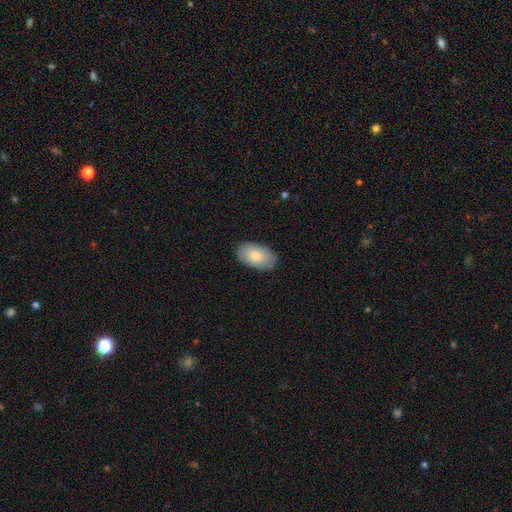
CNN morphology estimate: Smooth or featured? Predicted: smooth (p=0.80). How rounded? Predicted: in between (p=0.94). Merging? Predicted: none (p=0.85).